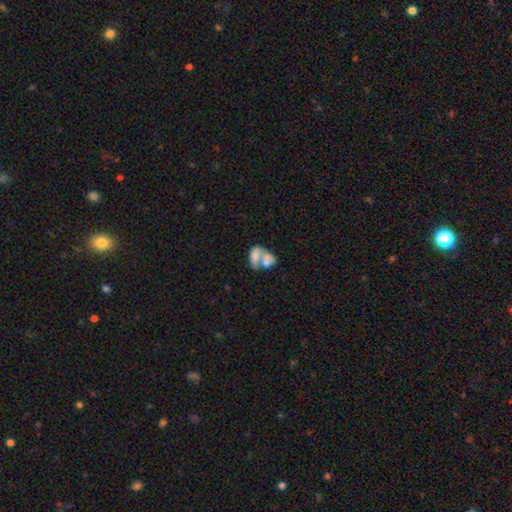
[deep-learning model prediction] smooth-or-featured: smooth: 63% | featured or disk: 29% | star or artifact: 8%
  how-rounded: in between: 85% | round: 12% | cigar-shaped: 3%
  merging: merger: 71% | none: 14% | major disturbance: 7% | minor disturbance: 7%